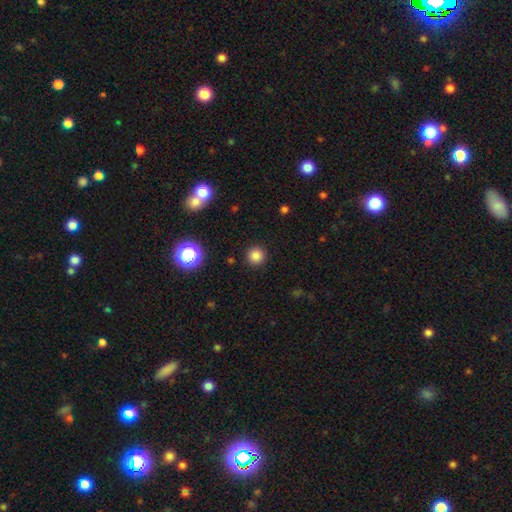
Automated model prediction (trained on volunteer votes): smooth_or_featured: smooth (p=0.82) [alt: star or artifact p=0.14]
how_rounded: round (p=0.95) [alt: in between p=0.04]
merging: none (p=0.92) [alt: minor disturbance p=0.05]